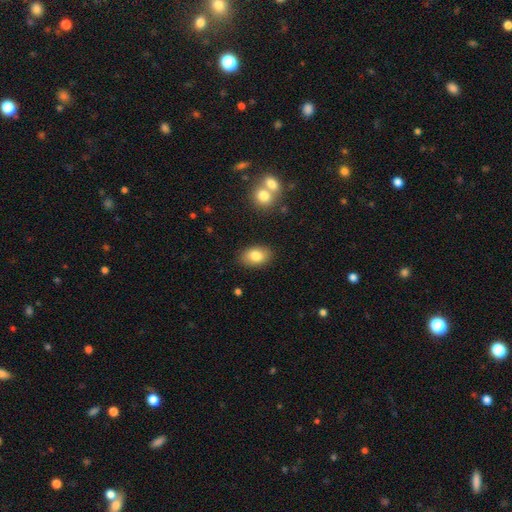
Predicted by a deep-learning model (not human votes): smooth 81%, featured or disk 11%, star or artifact 8%. Down the decision tree: how rounded — in between (87%); merging — none (86%).